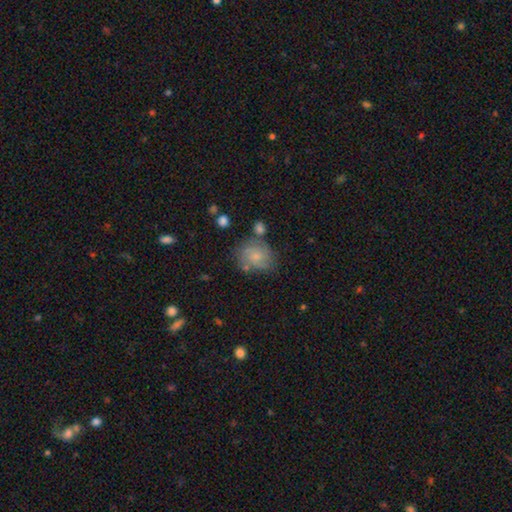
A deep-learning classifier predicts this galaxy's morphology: Q: Smooth or featured?
A: smooth (68%); runner-up: featured or disk (23%)
Q: How rounded?
A: round (61%); runner-up: in between (38%)
Q: Merging?
A: none (56%); runner-up: minor disturbance (24%)